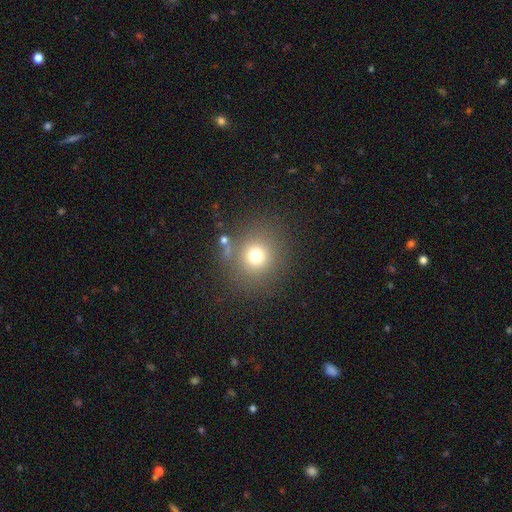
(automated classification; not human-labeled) Smooth or featured? smooth (72%)
How rounded? round (89%)
Merging? none (80%)